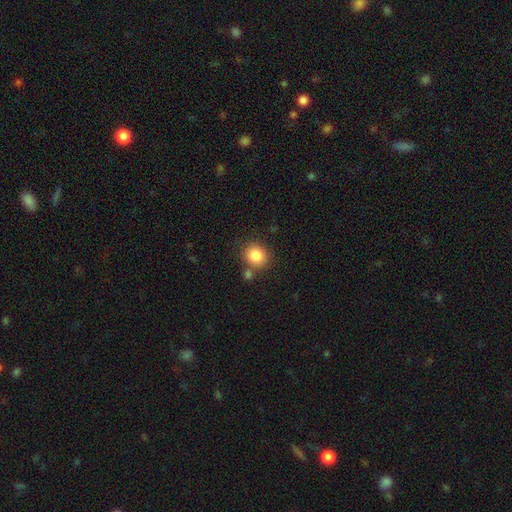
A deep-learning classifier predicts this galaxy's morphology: smooth 85%, star or artifact 9%, featured or disk 6%. Down the decision tree: how rounded — round (81%); merging — none (72%).